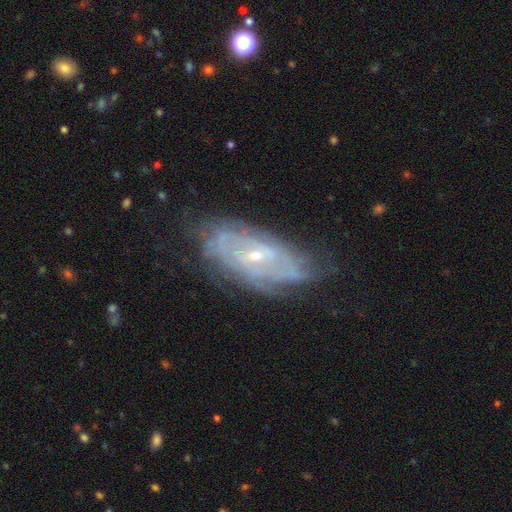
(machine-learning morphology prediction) This appears to be a featured or disk galaxy (79%) with a weak bar (45%), tight (63%) spiral arms (84%) and a small central bulge (72%). Merging: none (67%).